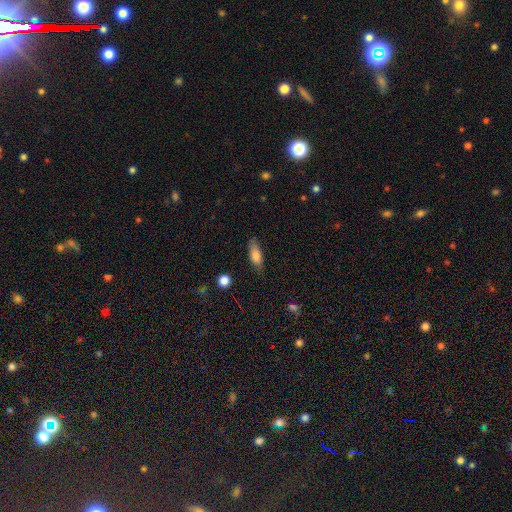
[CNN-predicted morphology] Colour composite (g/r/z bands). It shows a smooth galaxy with no disk features (79%) that is in between round and cigar-shaped (68%). Merging: none (72%).